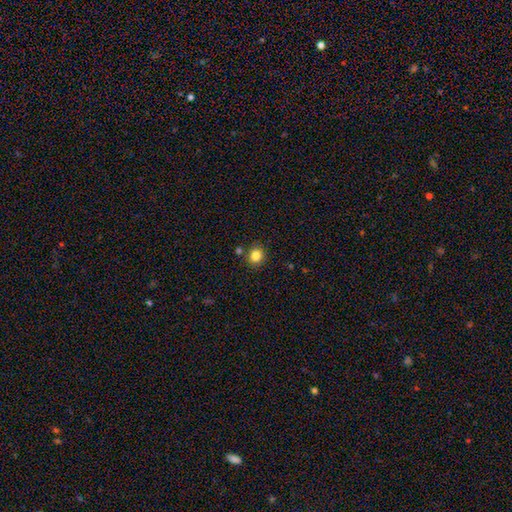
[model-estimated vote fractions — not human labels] Q: Smooth or featured?
A: smooth (83%); runner-up: star or artifact (11%)
Q: How rounded?
A: round (87%); runner-up: in between (12%)
Q: Merging?
A: none (84%); runner-up: minor disturbance (8%)